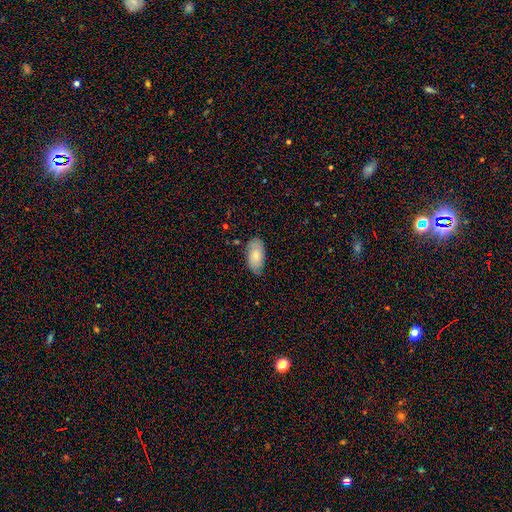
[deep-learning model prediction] The model was most divided on "smooth or featured": smooth: 72%, featured or disk: 22%, star or artifact: 6%. More confident: how rounded — in between (94%); merging — none (74%).